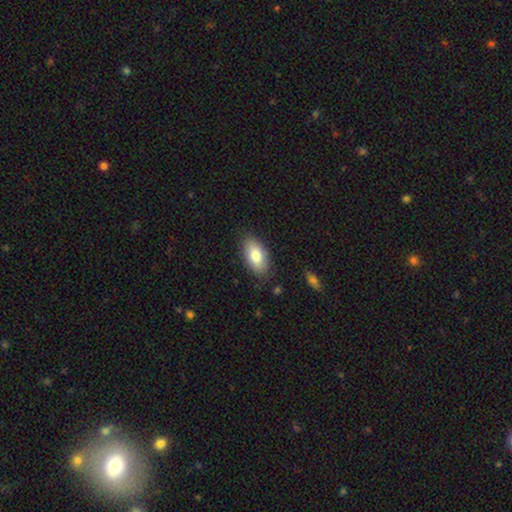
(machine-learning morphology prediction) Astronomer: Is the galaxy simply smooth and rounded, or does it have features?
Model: smooth — 82%.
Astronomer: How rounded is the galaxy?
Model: in between — 93%.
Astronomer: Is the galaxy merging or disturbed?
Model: none — 84%.